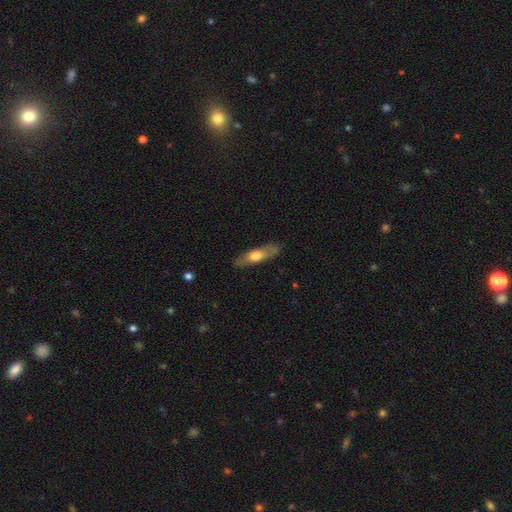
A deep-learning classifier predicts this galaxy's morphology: Smooth or featured? smooth (51%)
How rounded? cigar-shaped (67%)
Merging? none (82%)